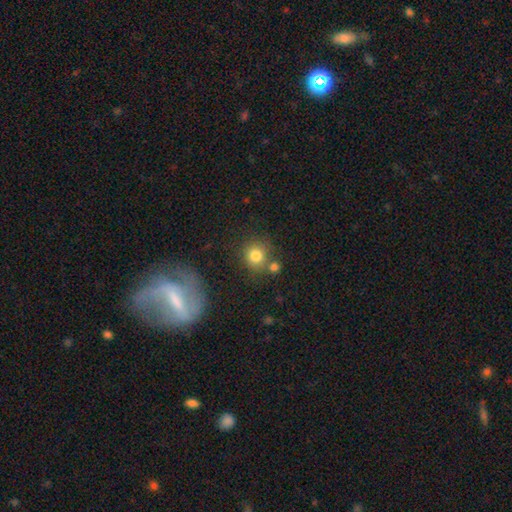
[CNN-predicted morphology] Overall: smooth (81%). How rounded: round (88%). Merging: none (68%).